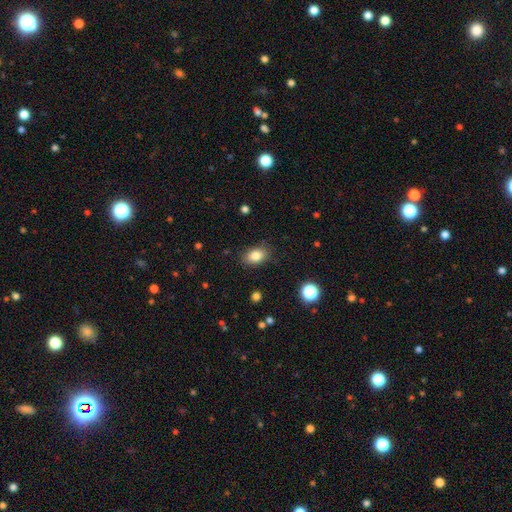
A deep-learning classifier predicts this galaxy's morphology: Overall: smooth (83%). How rounded: in between (83%). Merging: none (84%).